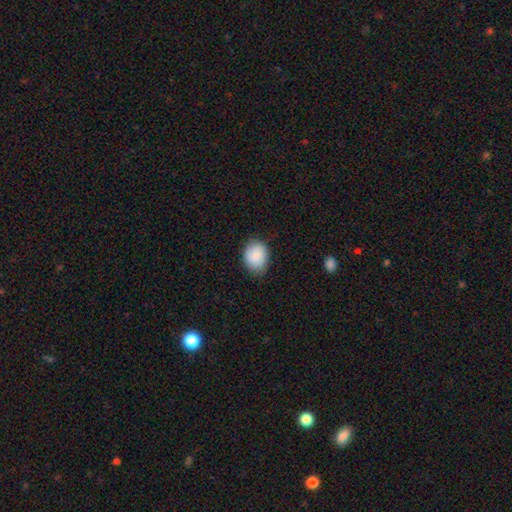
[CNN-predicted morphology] This appears to be a smooth galaxy with no disk features (85%) that is in between round and cigar-shaped (51%). Merging: none (75%).